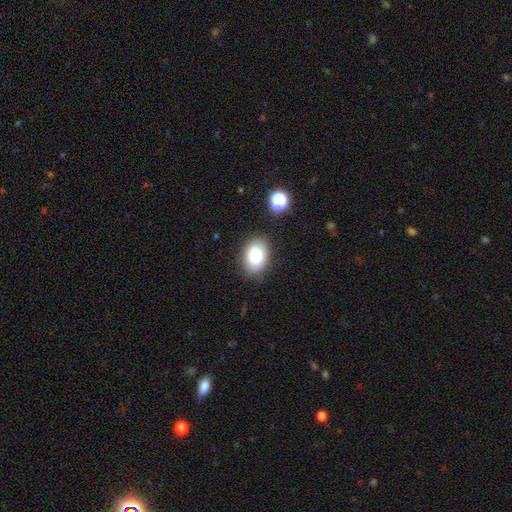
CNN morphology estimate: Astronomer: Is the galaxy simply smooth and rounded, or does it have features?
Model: smooth — 84%.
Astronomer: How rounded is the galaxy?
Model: in between — 80%.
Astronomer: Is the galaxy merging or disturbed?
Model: none — 83%.